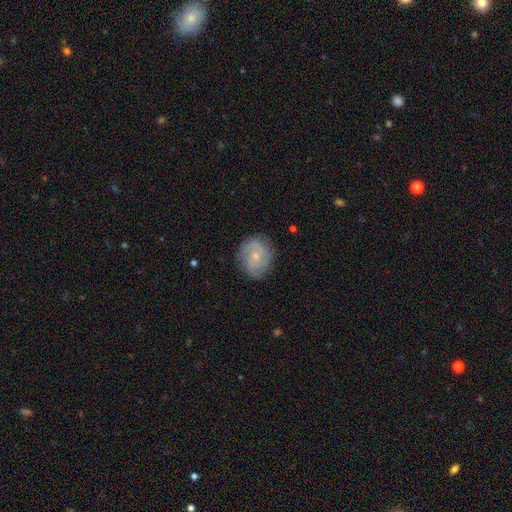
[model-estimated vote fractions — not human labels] Q: Smooth or featured?
A: featured or disk (65%); runner-up: smooth (28%)
Q: Edge-on disk?
A: no (98%); runner-up: yes (2%)
Q: Bar?
A: no (74%); runner-up: weak (23%)
Q: Spiral arms?
A: yes (89%); runner-up: no (11%)
Q: Spiral winding?
A: tight (48%); runner-up: medium (39%)
Q: Spiral arm count?
A: 2 (42%); runner-up: can't tell (27%)
Q: Bulge size?
A: small (71%); runner-up: moderate (24%)
Q: Merging?
A: none (79%); runner-up: minor disturbance (15%)